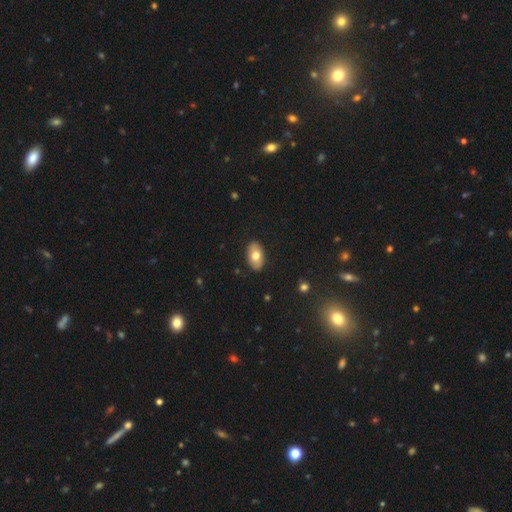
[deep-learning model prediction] Smooth or featured: smooth — 72% (featured or disk — 21%)
How rounded: in between — 92% (round — 6%)
Merging: none — 88% (minor disturbance — 9%)